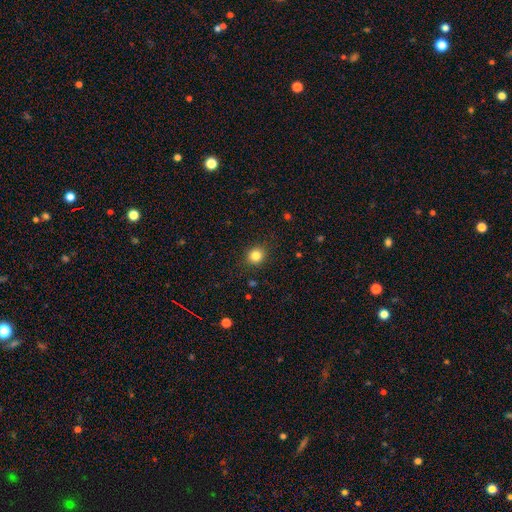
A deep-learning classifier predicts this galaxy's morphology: Smooth or featured? smooth (83%)
How rounded? round (83%)
Merging? none (90%)